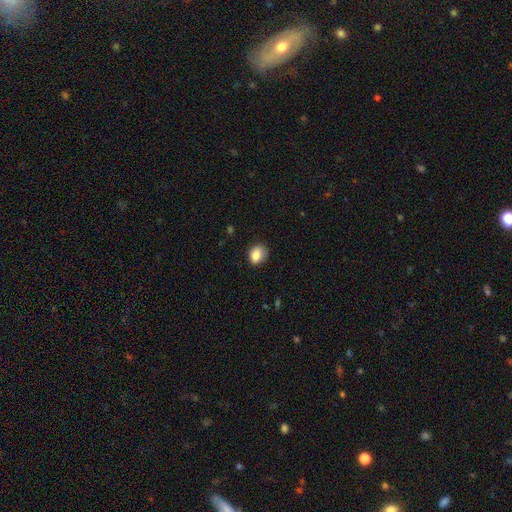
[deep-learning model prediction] Smooth or featured?
  - smooth: 85% *
  - star or artifact: 8%
  - featured or disk: 7%
How rounded?
  - in between: 51% *
  - round: 48%
  - cigar-shaped: 1%
Merging?
  - none: 75% *
  - minor disturbance: 20%
  - major disturbance: 4%
  - merger: 1%